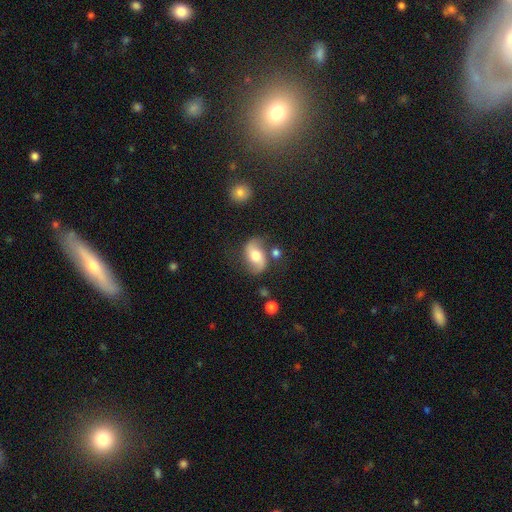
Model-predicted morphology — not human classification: featured or disk 60%, smooth 33%, star or artifact 8%. Down the decision tree: edge-on disk — no (95%); bar — no (48%); spiral arms — yes (87%); bulge size — moderate (65%); merging — none (69%).